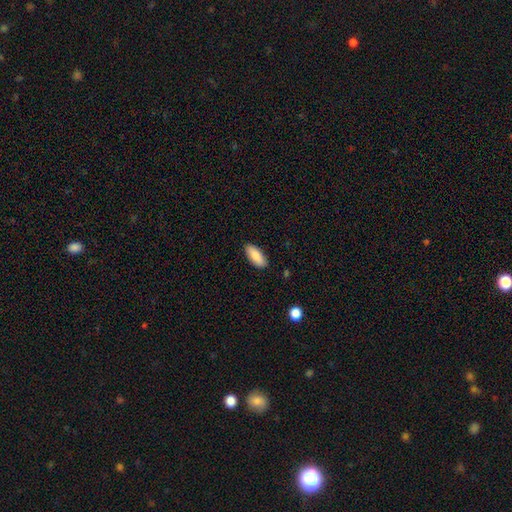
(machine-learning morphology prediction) Smooth or featured?
  - smooth: 85% *
  - featured or disk: 9%
  - star or artifact: 6%
How rounded?
  - in between: 81% *
  - cigar-shaped: 17%
  - round: 2%
Merging?
  - none: 88% *
  - minor disturbance: 9%
  - major disturbance: 2%
  - merger: 1%